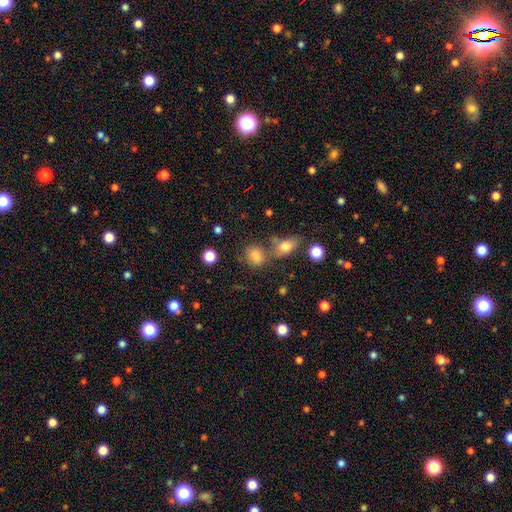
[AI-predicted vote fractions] This is likely a smooth galaxy (78%). How rounded: possibly round (50%). Merging: possibly none (59%).